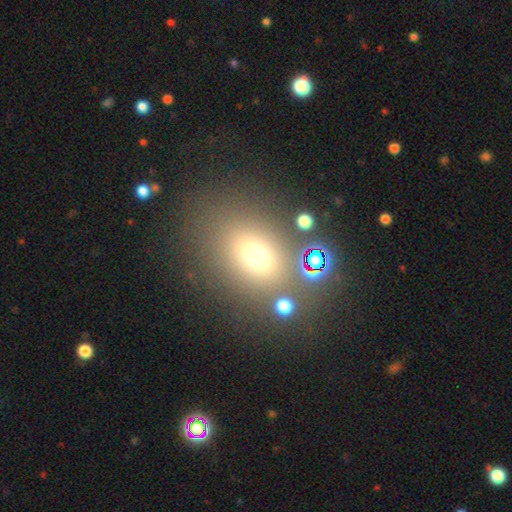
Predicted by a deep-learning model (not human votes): This appears to be a smooth galaxy with no disk features (64%) that is in between round and cigar-shaped (57%). Merging: none (75%).